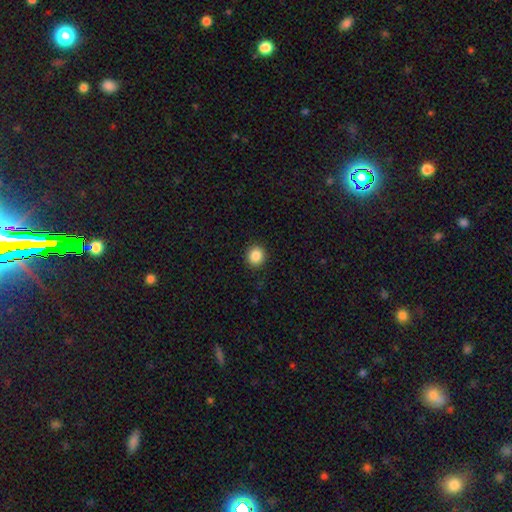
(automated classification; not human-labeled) Smooth or featured? Predicted: smooth (p=0.87). How rounded? Predicted: round (p=0.89). Merging? Predicted: none (p=0.92).